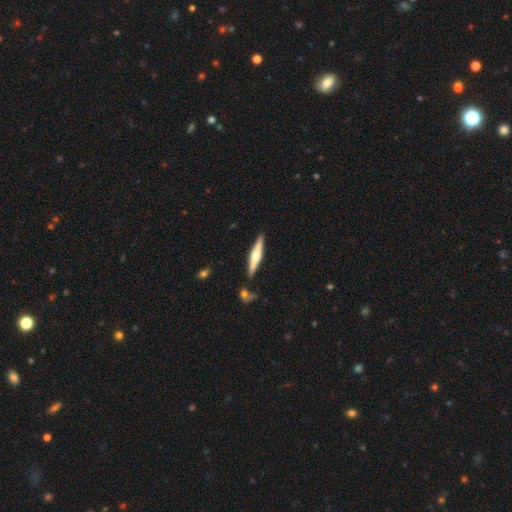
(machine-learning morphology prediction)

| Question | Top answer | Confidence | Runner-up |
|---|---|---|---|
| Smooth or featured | featured or disk | 63% | smooth (32%) |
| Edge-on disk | yes | 96% | no (4%) |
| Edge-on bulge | rounded | 85% | boxy (10%) |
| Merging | none | 85% | minor disturbance (9%) |